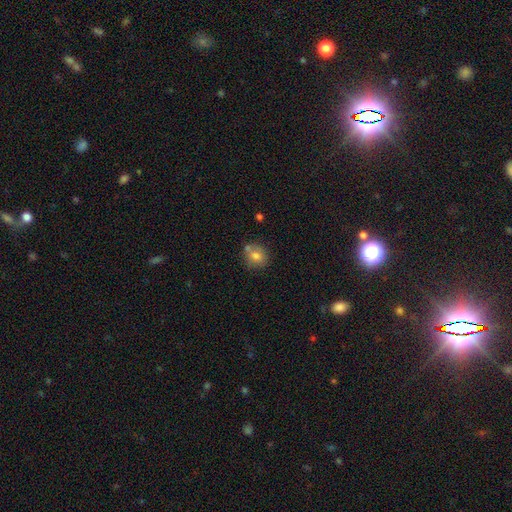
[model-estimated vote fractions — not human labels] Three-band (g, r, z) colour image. It shows a smooth galaxy with no disk features (73%) that is round (76%). Merging: none (63%).